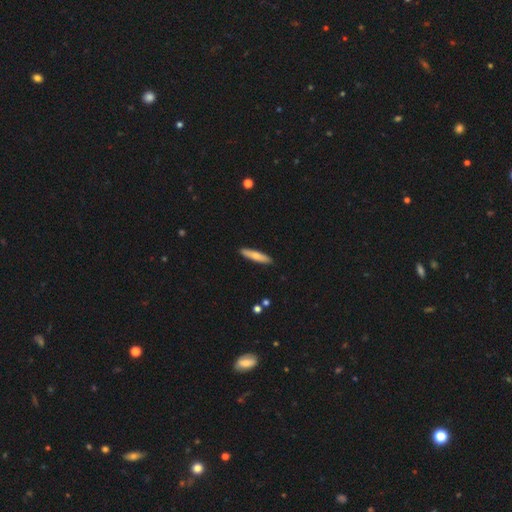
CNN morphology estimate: type=smooth (66%); roundness=cigar-shaped (84%); merging=none (91%).